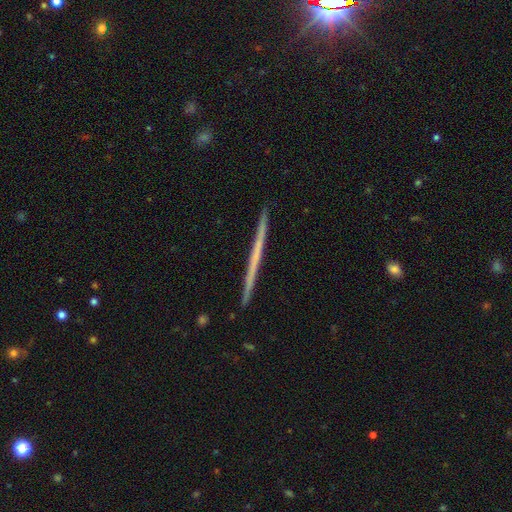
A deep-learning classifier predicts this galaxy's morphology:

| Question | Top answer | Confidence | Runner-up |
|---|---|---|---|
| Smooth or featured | featured or disk | 63% | smooth (31%) |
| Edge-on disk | yes | 98% | no (2%) |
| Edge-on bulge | none | 86% | rounded (10%) |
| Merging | none | 93% | minor disturbance (5%) |